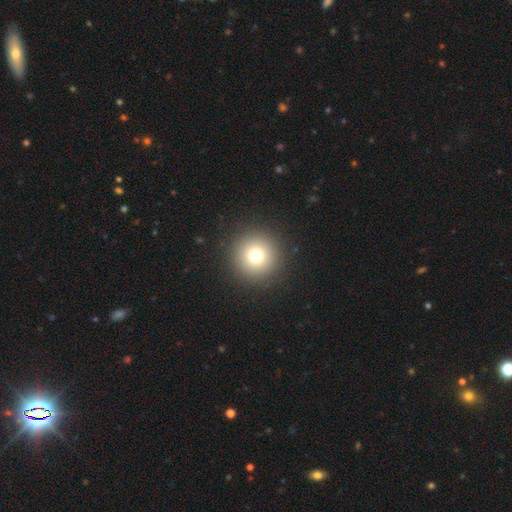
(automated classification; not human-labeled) Smooth or featured?
  - smooth: 76% *
  - star or artifact: 14%
  - featured or disk: 10%
How rounded?
  - round: 96% *
  - in between: 3%
  - cigar-shaped: 1%
Merging?
  - none: 92% *
  - minor disturbance: 5%
  - major disturbance: 2%
  - merger: 1%